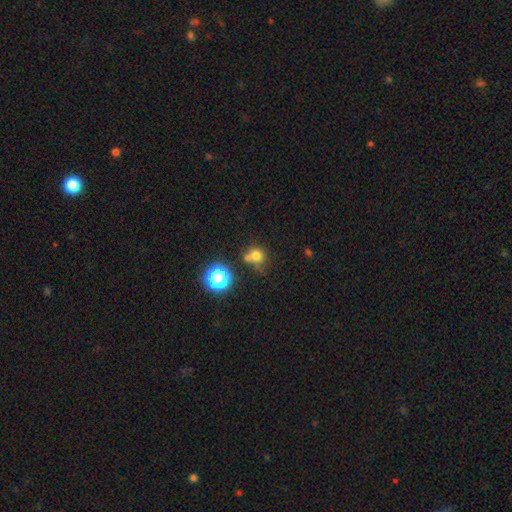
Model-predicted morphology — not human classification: Overall: smooth (73%). How rounded: round (84%). Merging: none (50%; merger 28%).